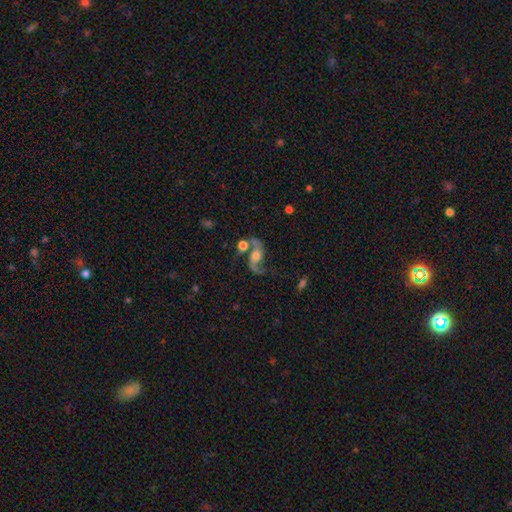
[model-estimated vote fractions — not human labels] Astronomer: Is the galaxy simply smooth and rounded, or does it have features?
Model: featured or disk — 82%.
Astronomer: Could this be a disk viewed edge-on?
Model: no — 97%.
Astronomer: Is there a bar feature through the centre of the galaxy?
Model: no — 62%.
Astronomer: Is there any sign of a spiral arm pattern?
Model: yes — 95%.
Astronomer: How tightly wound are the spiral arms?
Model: loose — 66%.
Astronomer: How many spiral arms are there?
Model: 2 — 89%.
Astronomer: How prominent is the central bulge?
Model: moderate — 57%.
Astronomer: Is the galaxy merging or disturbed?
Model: none — 48% (runner-up: merger, 24%).